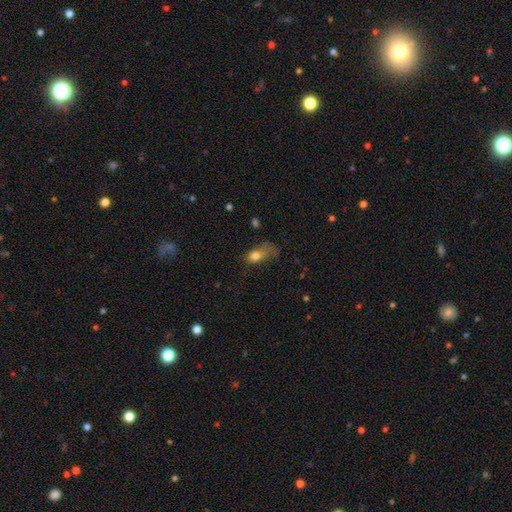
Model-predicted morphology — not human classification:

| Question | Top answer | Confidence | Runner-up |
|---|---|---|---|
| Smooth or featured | smooth | 73% | featured or disk (16%) |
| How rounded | in between | 71% | round (25%) |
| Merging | major disturbance | 51% | minor disturbance (24%) |